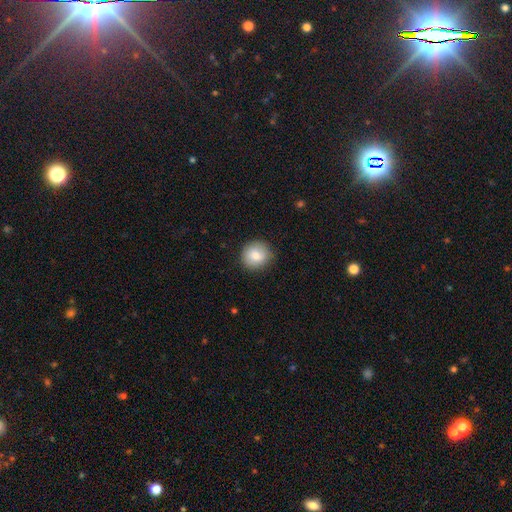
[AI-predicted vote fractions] Overall: smooth (82%). How rounded: round (91%). Merging: none (87%).